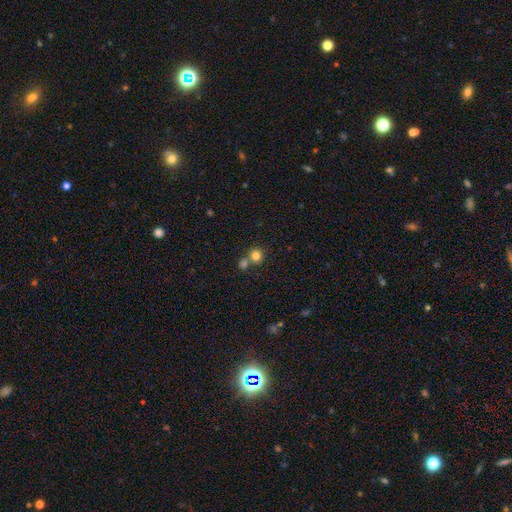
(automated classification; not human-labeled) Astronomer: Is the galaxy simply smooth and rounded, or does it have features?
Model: smooth — 81%.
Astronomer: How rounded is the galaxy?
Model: round — 91%.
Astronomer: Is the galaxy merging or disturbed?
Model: none — 59%.